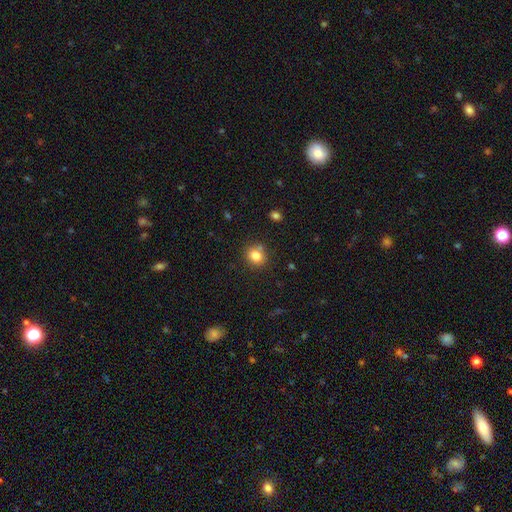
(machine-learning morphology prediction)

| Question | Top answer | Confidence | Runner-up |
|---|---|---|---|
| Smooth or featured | smooth | 82% | star or artifact (11%) |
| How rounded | round | 69% | in between (30%) |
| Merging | none | 76% | minor disturbance (12%) |